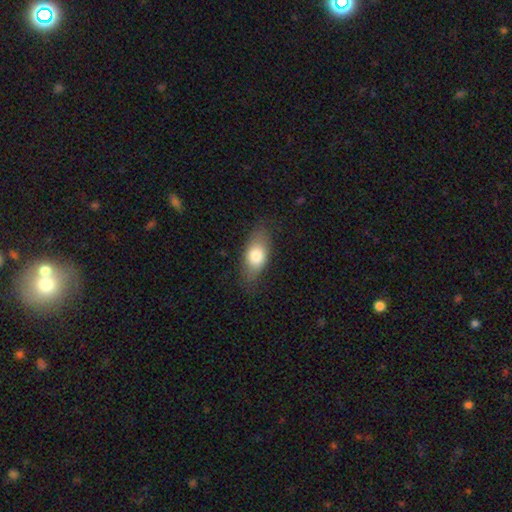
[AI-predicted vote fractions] Smooth or featured? smooth (77%)
How rounded? in between (84%)
Merging? none (75%)